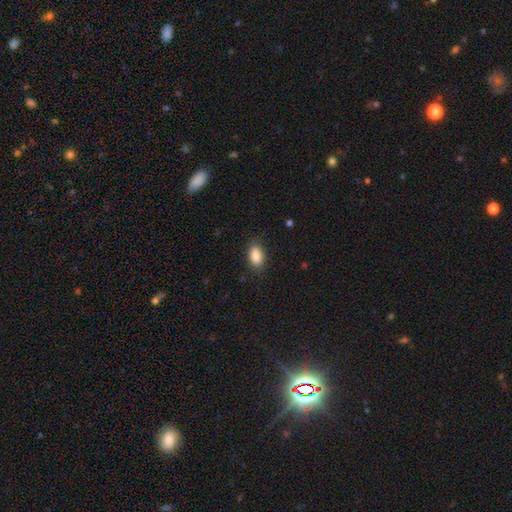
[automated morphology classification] This is clearly a smooth galaxy (88%). How rounded: clearly in between (91%). Merging: clearly none (86%).